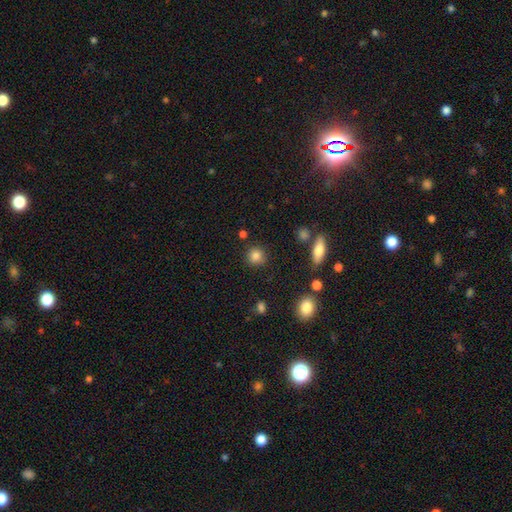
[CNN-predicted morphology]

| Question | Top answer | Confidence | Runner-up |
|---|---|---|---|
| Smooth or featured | smooth | 84% | star or artifact (11%) |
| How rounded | round | 88% | in between (11%) |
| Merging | none | 86% | minor disturbance (8%) |